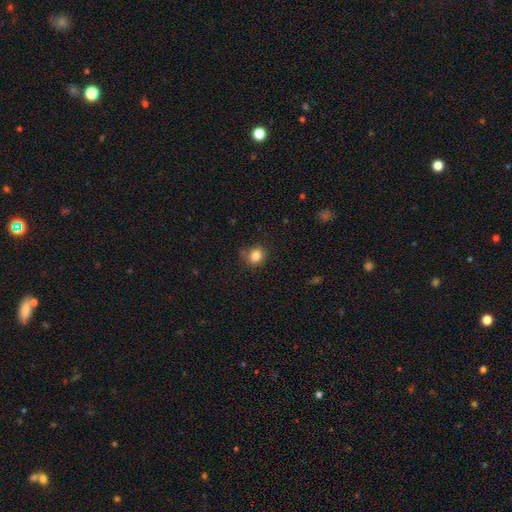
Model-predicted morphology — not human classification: smooth_or_featured: smooth (p=0.83) [alt: star or artifact p=0.11]
how_rounded: round (p=0.76) [alt: in between p=0.23]
merging: none (p=0.80) [alt: minor disturbance p=0.13]